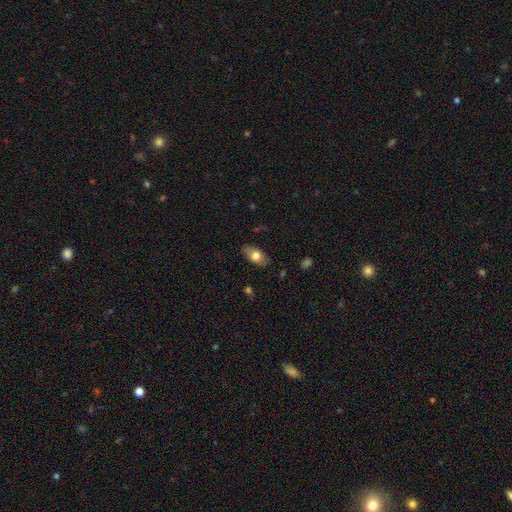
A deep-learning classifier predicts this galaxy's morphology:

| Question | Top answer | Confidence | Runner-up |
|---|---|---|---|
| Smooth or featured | smooth | 73% | featured or disk (21%) |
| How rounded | in between | 91% | round (6%) |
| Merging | none | 84% | minor disturbance (13%) |